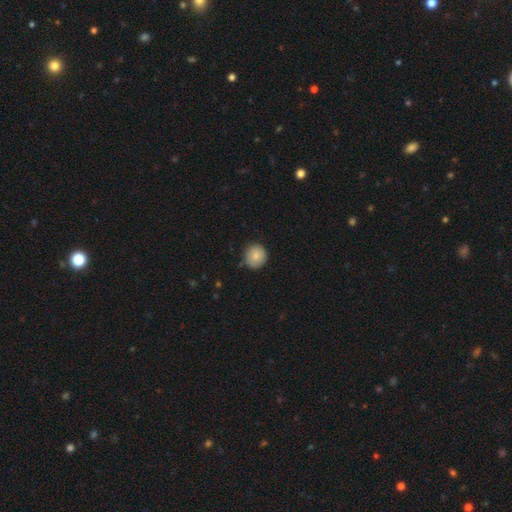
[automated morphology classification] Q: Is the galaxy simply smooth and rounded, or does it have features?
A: smooth — 82%.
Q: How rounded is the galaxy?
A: round — 88%.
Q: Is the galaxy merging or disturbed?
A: none — 81%.